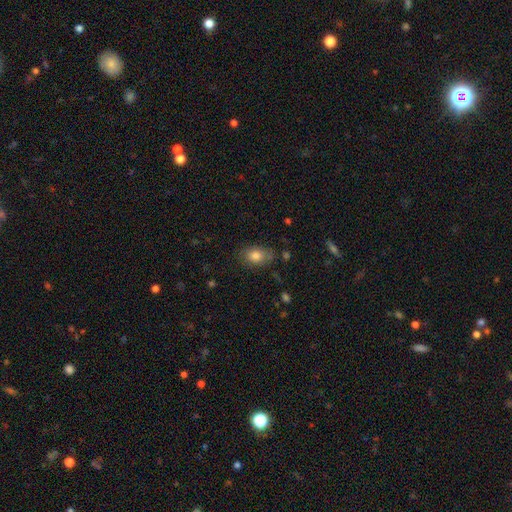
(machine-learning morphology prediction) Smooth or featured? smooth (81%)
How rounded? in between (81%)
Merging? none (75%)